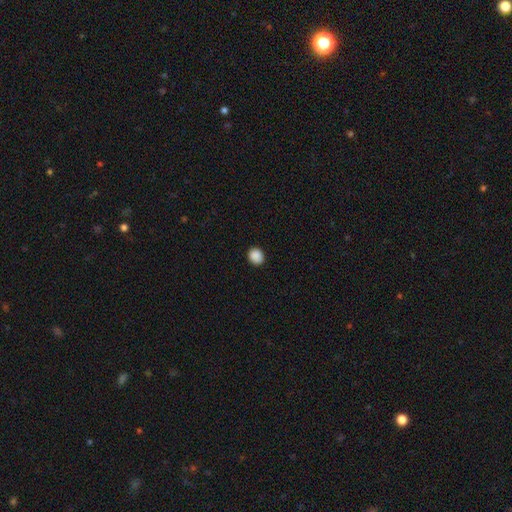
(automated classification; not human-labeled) smooth-or-featured: smooth: 89% | star or artifact: 9% | featured or disk: 2%
  how-rounded: round: 74% | in between: 25% | cigar-shaped: 1%
  merging: none: 91% | minor disturbance: 7% | major disturbance: 2% | merger: 1%